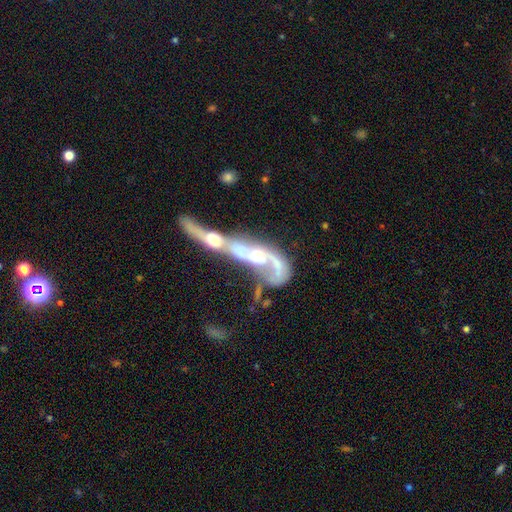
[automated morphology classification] smooth_or_featured: featured or disk (p=0.75) [alt: smooth p=0.17]
disk_edge_on: no (p=0.81) [alt: yes p=0.19]
bar: no (p=0.67) [alt: weak p=0.24]
has_spiral_arms: yes (p=0.65) [alt: no p=0.35]
bulge_size: moderate (p=0.47) [alt: small p=0.30]
merging: merger (p=0.76) [alt: major disturbance p=0.12]